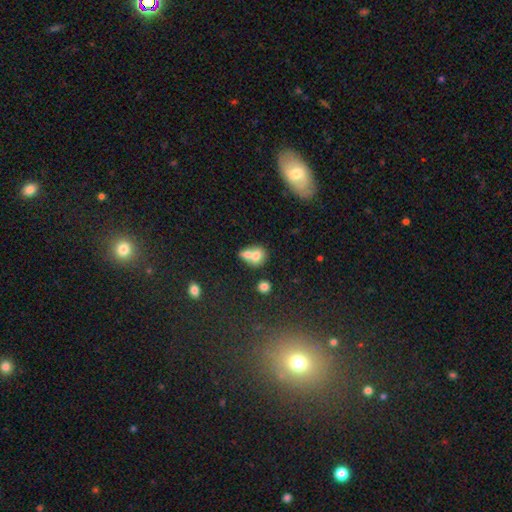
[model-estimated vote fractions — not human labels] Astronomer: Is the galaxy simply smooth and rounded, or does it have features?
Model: smooth — 69%.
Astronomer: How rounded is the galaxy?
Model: round — 56% (runner-up: in between, 42%).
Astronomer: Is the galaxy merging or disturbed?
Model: merger — 68%.